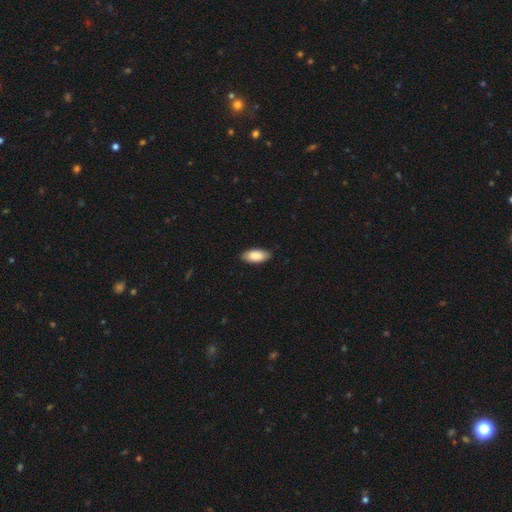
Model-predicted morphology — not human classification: type=smooth (88%); roundness=in between (90%); merging=none (87%).